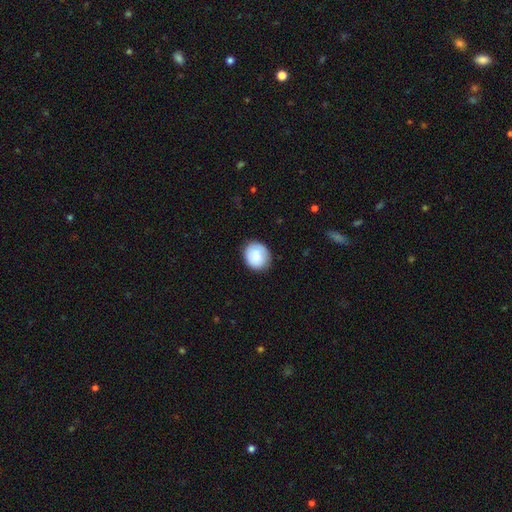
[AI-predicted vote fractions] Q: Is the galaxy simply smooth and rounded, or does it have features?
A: smooth — 86%.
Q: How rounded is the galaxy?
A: round — 73%.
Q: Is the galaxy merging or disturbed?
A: none — 84%.